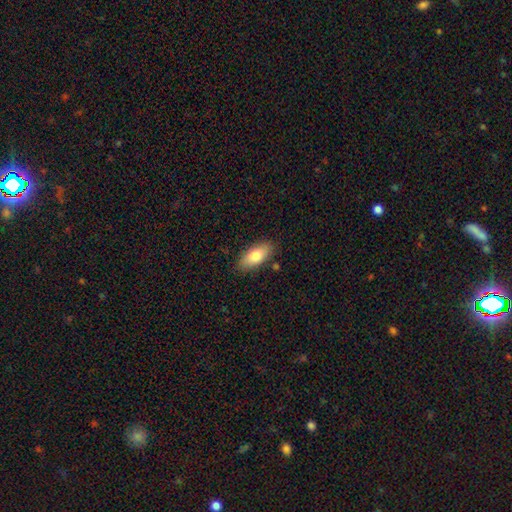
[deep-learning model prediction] This appears to be a smooth galaxy with no disk features (77%) that is in between round and cigar-shaped (86%). Merging: none (85%).